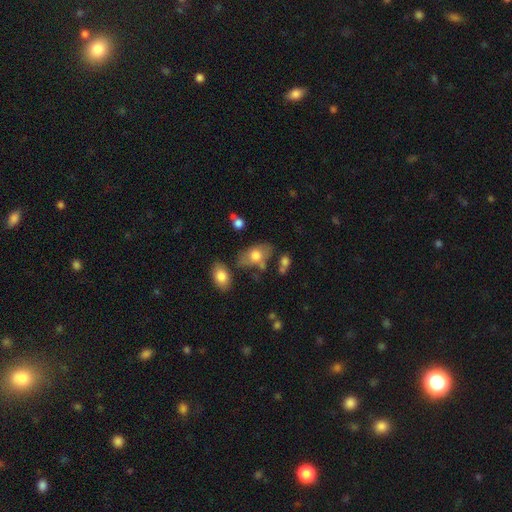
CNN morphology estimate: smooth_or_featured: smooth (p=0.68) [alt: featured or disk p=0.25]
how_rounded: in between (p=0.88) [alt: round p=0.10]
merging: none (p=0.58) [alt: minor disturbance p=0.22]